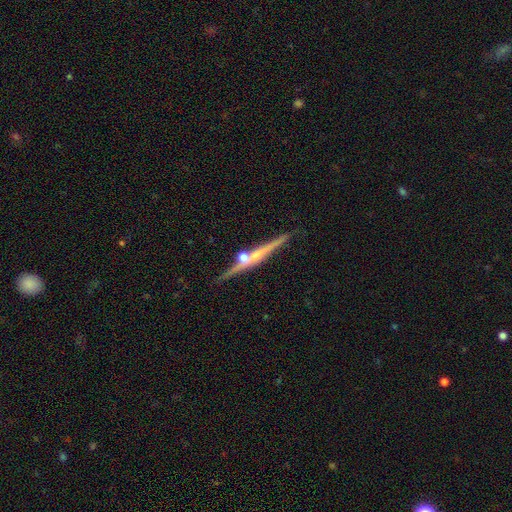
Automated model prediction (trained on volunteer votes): featured or disk 77%, smooth 16%, star or artifact 7%. Down the decision tree: edge-on disk — yes (98%); edge-on bulge — rounded (76%); merging — none (78%).